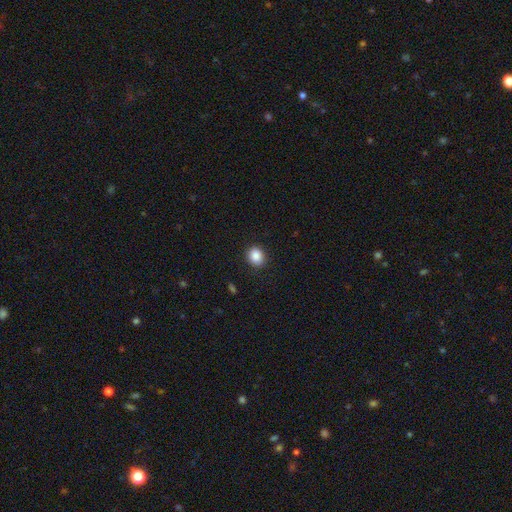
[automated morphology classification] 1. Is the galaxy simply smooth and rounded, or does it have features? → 88% smooth, 9% star or artifact, 4% featured or disk.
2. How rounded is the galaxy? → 68% round, 31% in between, 1% cigar-shaped.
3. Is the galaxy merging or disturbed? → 90% none, 7% minor disturbance, 2% major disturbance, 1% merger.